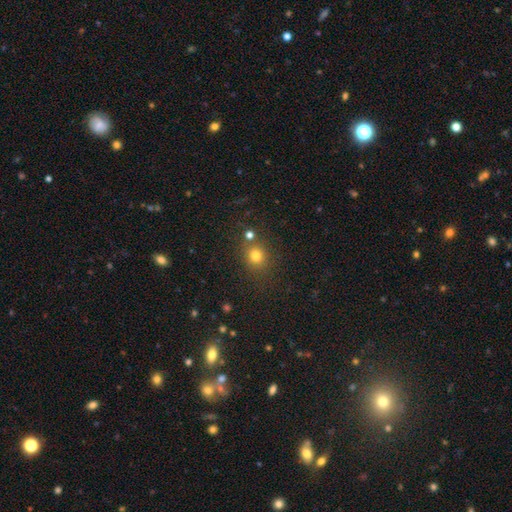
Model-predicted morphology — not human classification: Overall: smooth (77%). How rounded: round (81%). Merging: none (74%).